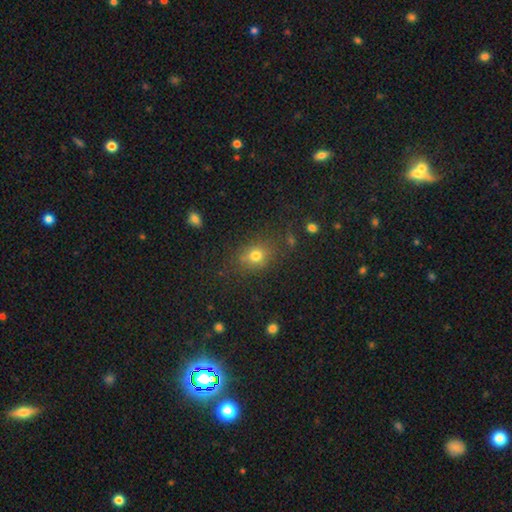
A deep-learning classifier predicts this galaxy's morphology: This is likely a smooth galaxy (74%). How rounded: possibly round (53%). Merging: likely none (75%).